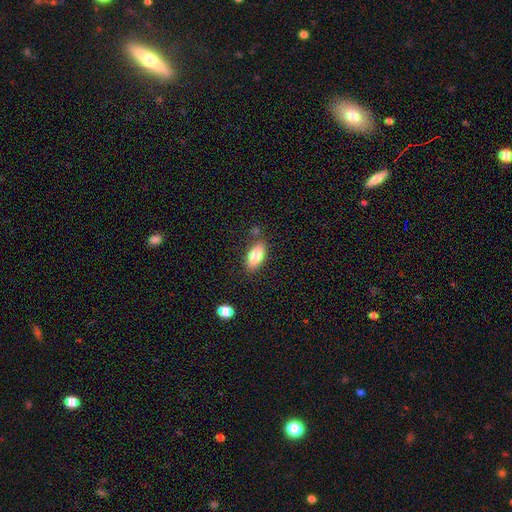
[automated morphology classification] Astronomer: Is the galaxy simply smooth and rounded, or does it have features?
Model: smooth — 79%.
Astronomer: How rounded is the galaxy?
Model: in between — 88%.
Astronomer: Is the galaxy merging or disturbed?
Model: none — 77%.